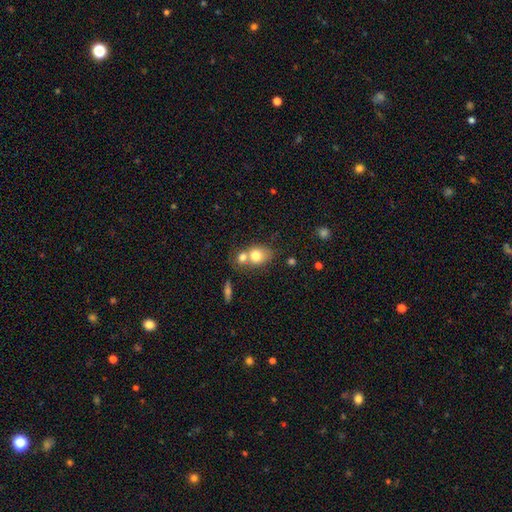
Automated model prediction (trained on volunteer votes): Smooth or featured? Predicted: smooth (p=0.75). How rounded? Predicted: in between (p=0.53). Merging? Predicted: merger (p=0.57).